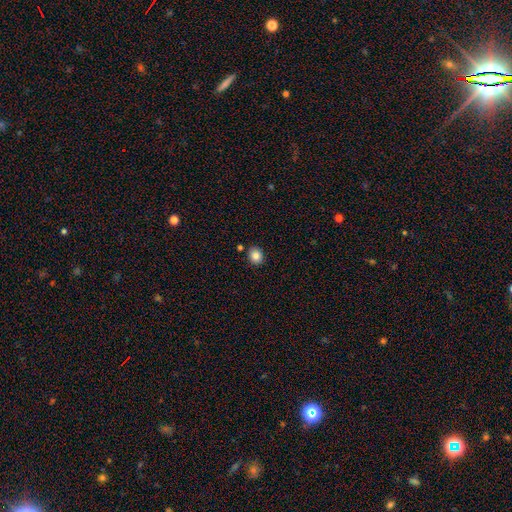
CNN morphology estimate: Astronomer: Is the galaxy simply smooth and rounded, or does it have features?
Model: smooth — 85%.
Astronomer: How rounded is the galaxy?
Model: round — 71%.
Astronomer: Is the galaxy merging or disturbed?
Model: none — 87%.